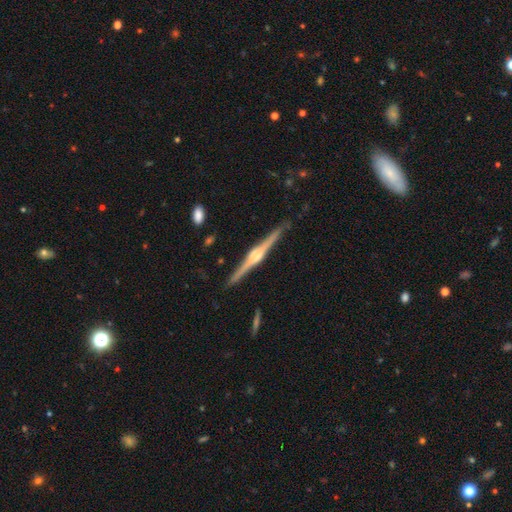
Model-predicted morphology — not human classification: The model was most divided on "edge-on bulge": rounded: 84%, boxy: 12%, none: 4%. More confident: edge-on disk — yes (99%); merging — none (90%); smooth or featured — featured or disk (86%).